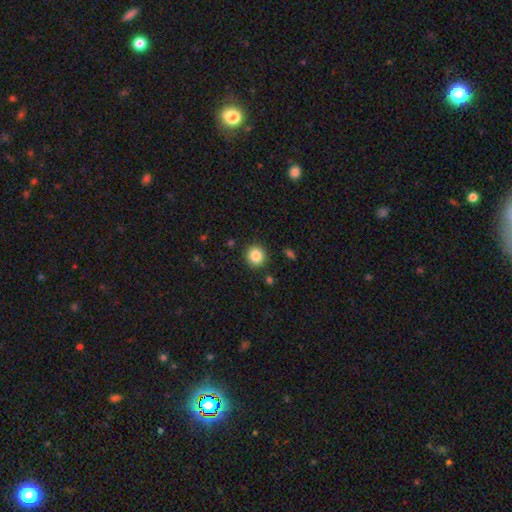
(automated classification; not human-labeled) This appears to be a smooth galaxy with no disk features (85%) that is round (89%). Merging: none (90%).